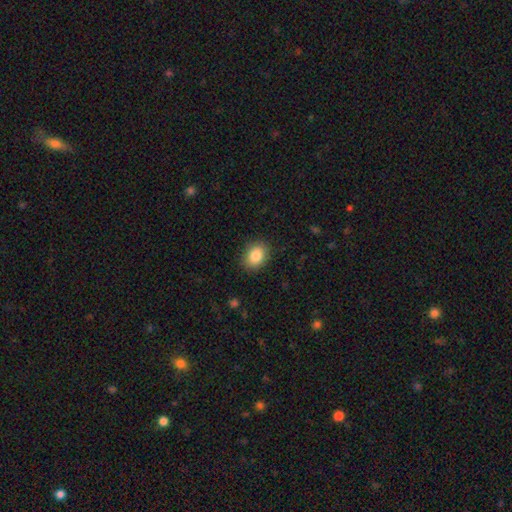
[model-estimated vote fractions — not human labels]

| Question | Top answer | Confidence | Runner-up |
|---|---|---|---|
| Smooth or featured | smooth | 86% | star or artifact (8%) |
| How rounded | in between | 60% | round (39%) |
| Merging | none | 88% | minor disturbance (9%) |